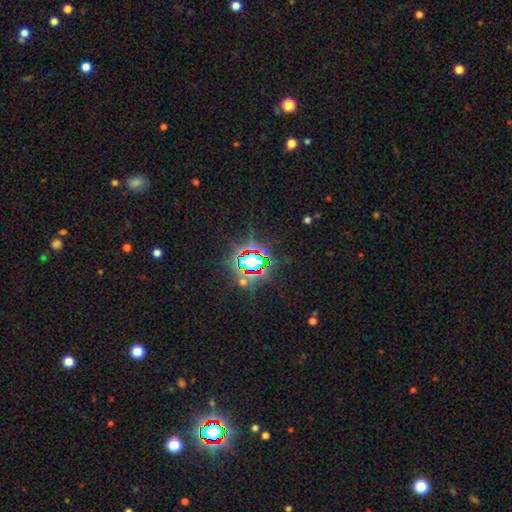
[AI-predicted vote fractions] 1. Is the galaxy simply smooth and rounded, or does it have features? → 83% star or artifact, 10% smooth, 7% featured or disk.